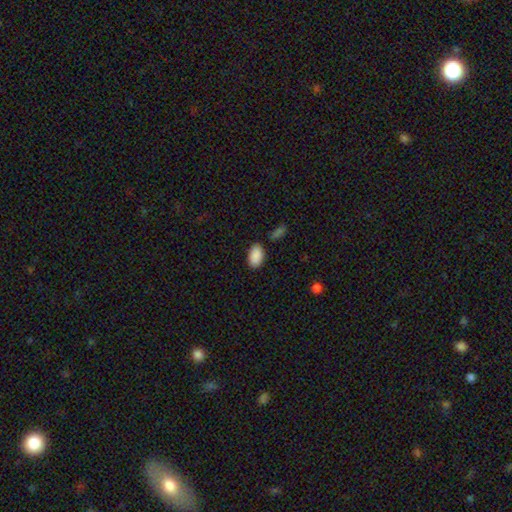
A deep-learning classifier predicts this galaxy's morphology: A smooth galaxy with no disk features (90%) that is in between round and cigar-shaped (93%). Merging: none (84%).